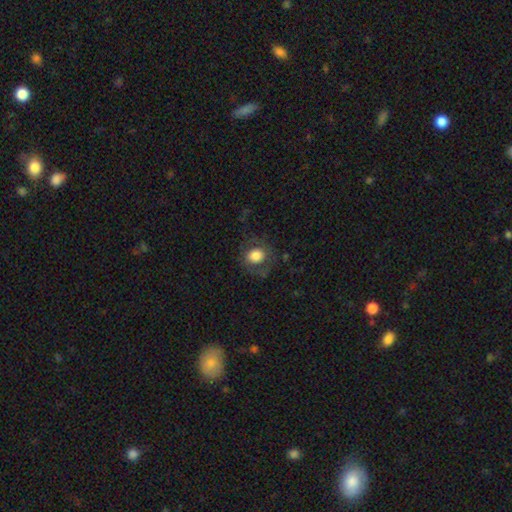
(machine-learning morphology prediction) A smooth galaxy with no disk features (73%) that is round (74%).

Vote fractions:
- Smooth or featured? smooth: 73% / featured or disk: 18% / star or artifact: 9%
- How rounded? round: 74% / in between: 25% / cigar-shaped: 1%
- Merging? none: 66% / minor disturbance: 17% / major disturbance: 15% / merger: 1%